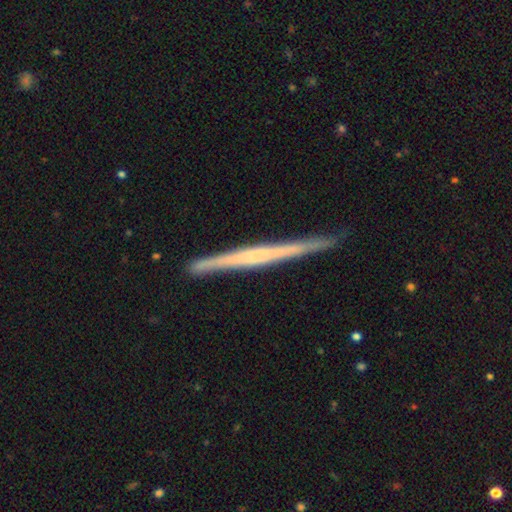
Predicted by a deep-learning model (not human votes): Smooth or featured?
  - featured or disk: 69% *
  - smooth: 25%
  - star or artifact: 5%
Edge-on disk?
  - yes: 98% *
  - no: 2%
Edge-on bulge?
  - none: 65% *
  - rounded: 19%
  - boxy: 16%
Merging?
  - none: 88% *
  - minor disturbance: 9%
  - major disturbance: 1%
  - merger: 1%